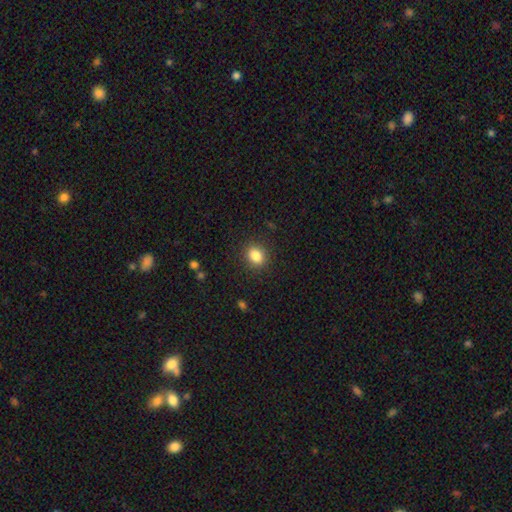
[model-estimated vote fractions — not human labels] Morphology: type=smooth (85%); roundness=in between (58%); merging=none (88%).